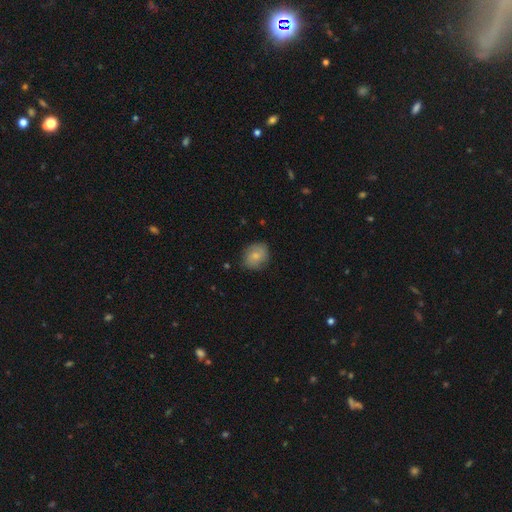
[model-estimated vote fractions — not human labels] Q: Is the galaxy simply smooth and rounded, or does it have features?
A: smooth — 63%.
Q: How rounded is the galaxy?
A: round — 64%.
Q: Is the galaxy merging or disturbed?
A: none — 80%.